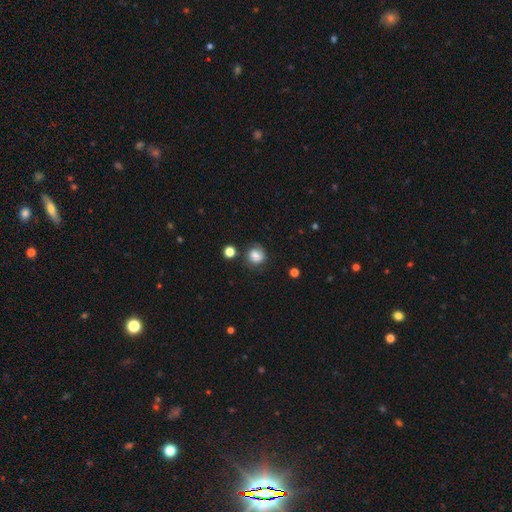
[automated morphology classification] Q: Smooth or featured?
A: smooth (74%); runner-up: featured or disk (15%)
Q: How rounded?
A: round (74%); runner-up: in between (25%)
Q: Merging?
A: none (65%); runner-up: minor disturbance (22%)